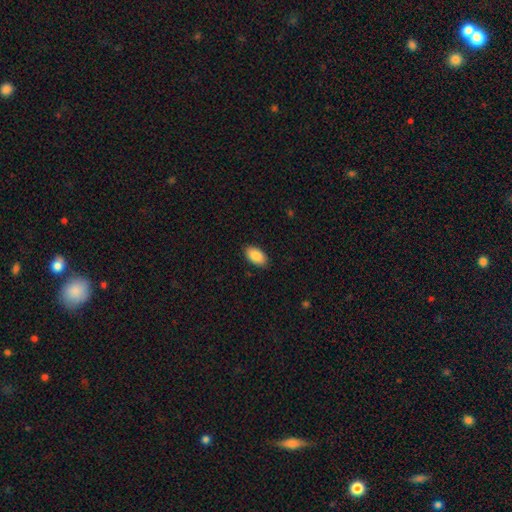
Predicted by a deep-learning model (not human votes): Smooth or featured?
  - smooth: 89% *
  - star or artifact: 7%
  - featured or disk: 4%
How rounded?
  - in between: 95% *
  - round: 3%
  - cigar-shaped: 2%
Merging?
  - none: 88% *
  - minor disturbance: 9%
  - major disturbance: 2%
  - merger: 1%